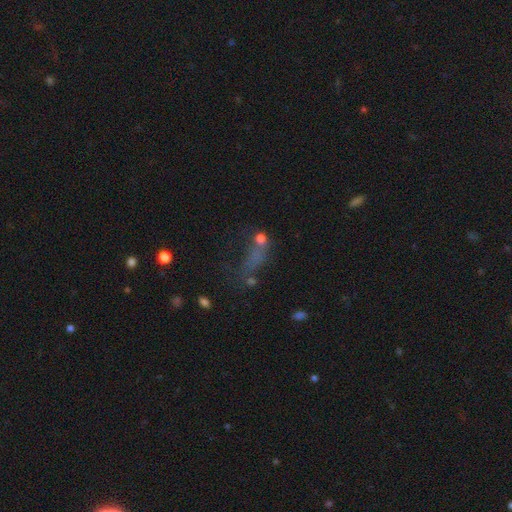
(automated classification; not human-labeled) smooth_or_featured: smooth (p=0.43) [alt: star or artifact p=0.35]
merging: major disturbance (p=0.37) [alt: none p=0.33]